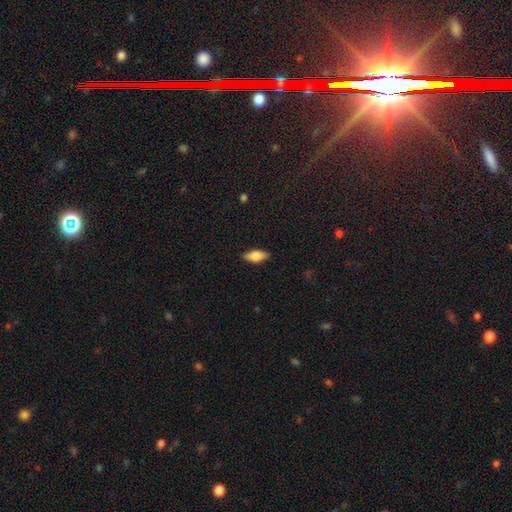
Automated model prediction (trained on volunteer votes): Smooth or featured?
  - smooth: 66% *
  - featured or disk: 27%
  - star or artifact: 7%
How rounded?
  - in between: 78% *
  - cigar-shaped: 19%
  - round: 3%
Merging?
  - none: 88% *
  - minor disturbance: 9%
  - major disturbance: 2%
  - merger: 1%